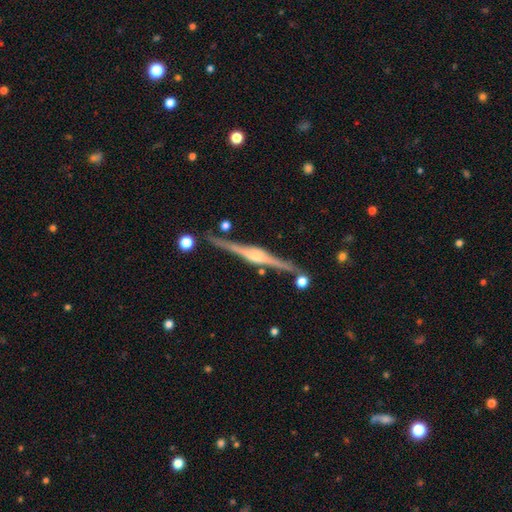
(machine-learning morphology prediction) A featured or disk galaxy (87%) viewed edge-on (98%) with a rounded central bulge (85%). Merging: none (85%).